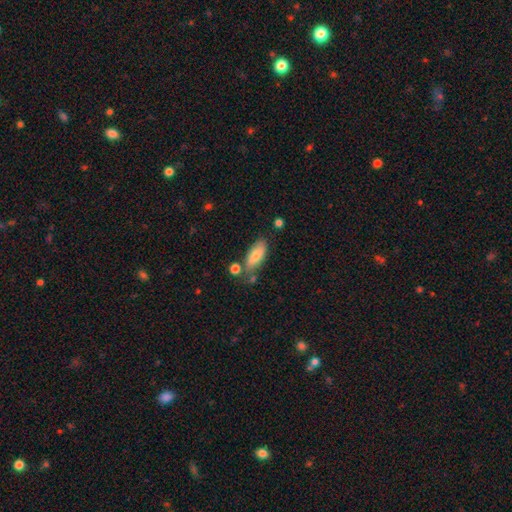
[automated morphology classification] The model was most divided on "merging": none: 69%, minor disturbance: 18%, merger: 9%, major disturbance: 4%. More confident: how rounded — in between (74%); smooth or featured — smooth (74%).